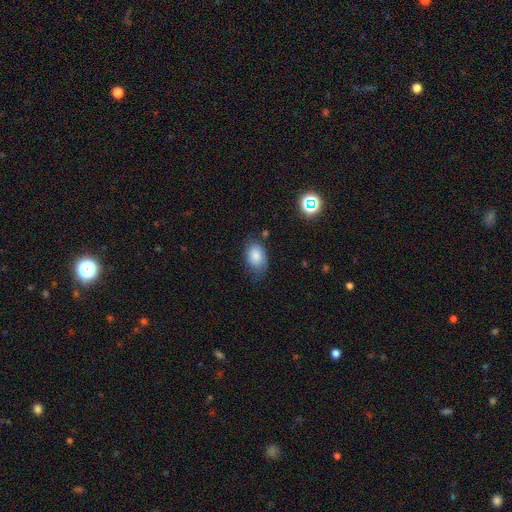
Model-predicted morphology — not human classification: Smooth or featured? smooth (81%)
How rounded? in between (86%)
Merging? none (63%)